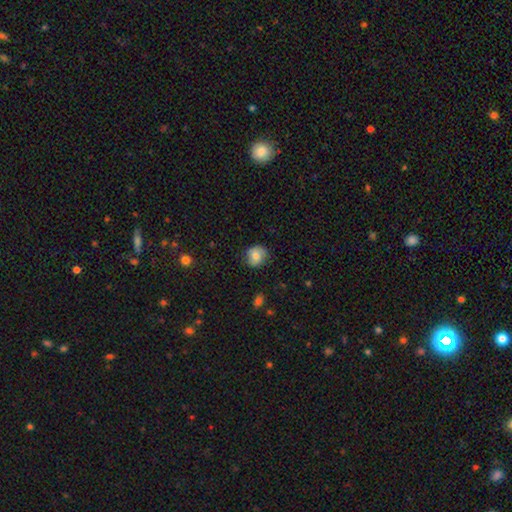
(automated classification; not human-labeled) A smooth galaxy with no disk features (77%) that is round (78%). Merging: none (78%).